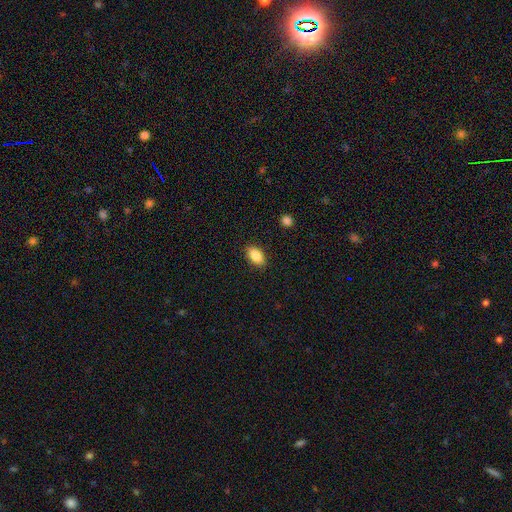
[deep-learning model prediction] smooth-or-featured: smooth: 88% | star or artifact: 7% | featured or disk: 5%
  how-rounded: in between: 92% | round: 5% | cigar-shaped: 3%
  merging: none: 89% | minor disturbance: 8% | major disturbance: 2% | merger: 1%